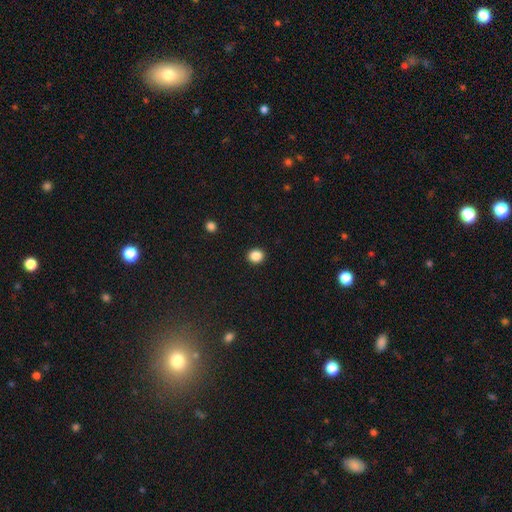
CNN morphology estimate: Smooth or featured? Predicted: smooth (p=0.87). How rounded? Predicted: round (p=0.80). Merging? Predicted: none (p=0.92).